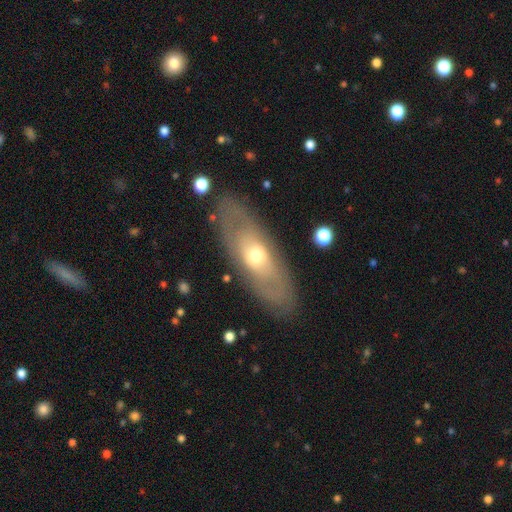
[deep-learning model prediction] A featured or disk galaxy (59%).

Vote fractions:
- Smooth or featured? featured or disk: 59% / smooth: 35% / star or artifact: 6%
- Edge-on disk? no: 78% / yes: 22%
- Merging? none: 82% / minor disturbance: 11% / major disturbance: 5% / merger: 2%